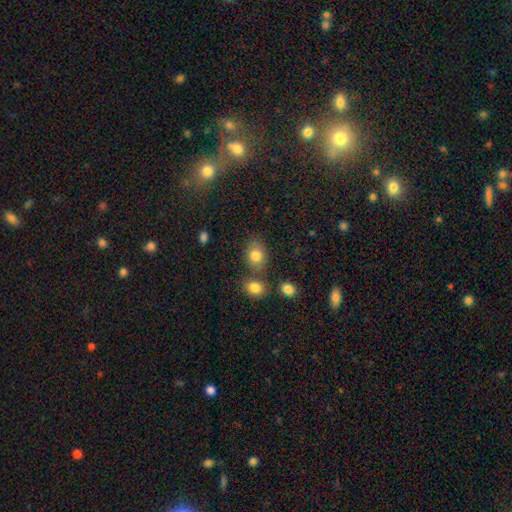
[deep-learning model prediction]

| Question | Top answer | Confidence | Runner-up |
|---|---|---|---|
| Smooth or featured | smooth | 80% | star or artifact (11%) |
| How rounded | in between | 55% | round (44%) |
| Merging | none | 66% | merger (16%) |